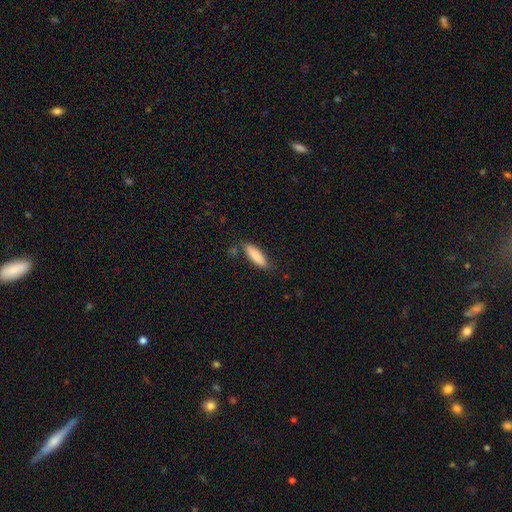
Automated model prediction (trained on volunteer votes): Morphology: type=smooth (85%); roundness=cigar-shaped (51%); merging=none (76%).